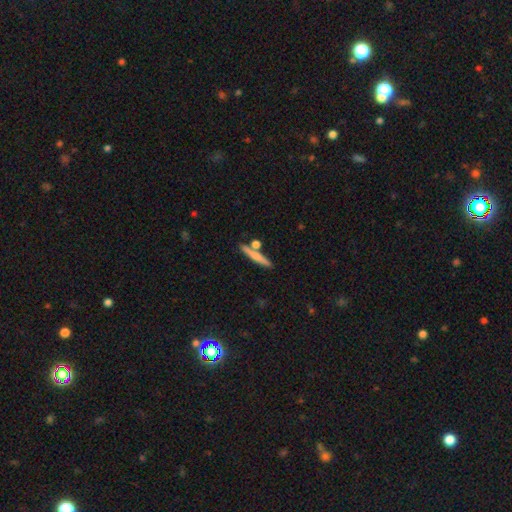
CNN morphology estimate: The model was most divided on "smooth or featured": smooth: 62%, featured or disk: 32%, star or artifact: 6%. More confident: how rounded — cigar-shaped (89%); merging — none (74%).